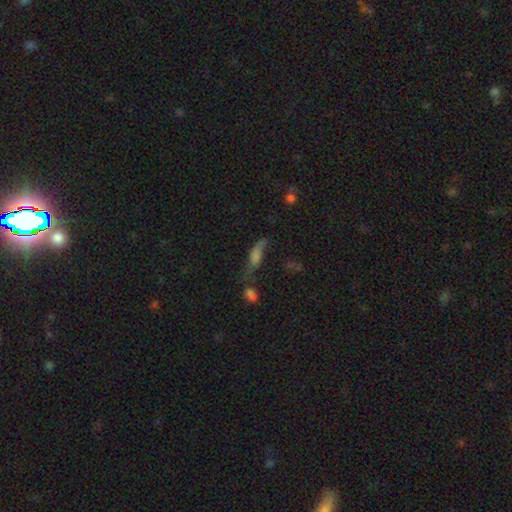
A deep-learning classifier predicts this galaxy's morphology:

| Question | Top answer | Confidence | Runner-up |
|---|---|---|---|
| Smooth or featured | smooth | 52% | featured or disk (32%) |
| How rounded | cigar-shaped | 51% | in between (44%) |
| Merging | none | 41% | minor disturbance (24%) |